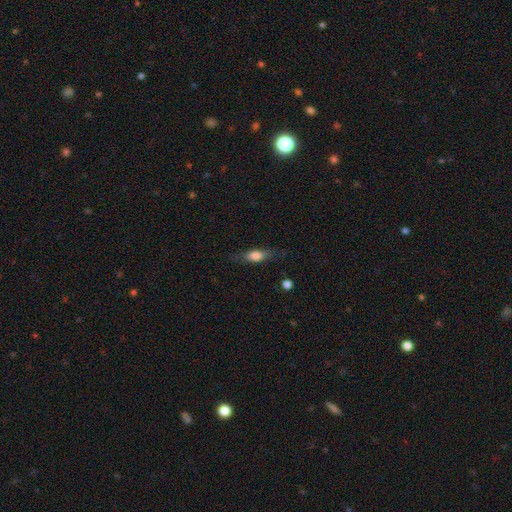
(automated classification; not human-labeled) Q: Smooth or featured?
A: smooth (65%); runner-up: featured or disk (27%)
Q: How rounded?
A: in between (56%); runner-up: cigar-shaped (38%)
Q: Merging?
A: none (74%); runner-up: minor disturbance (18%)